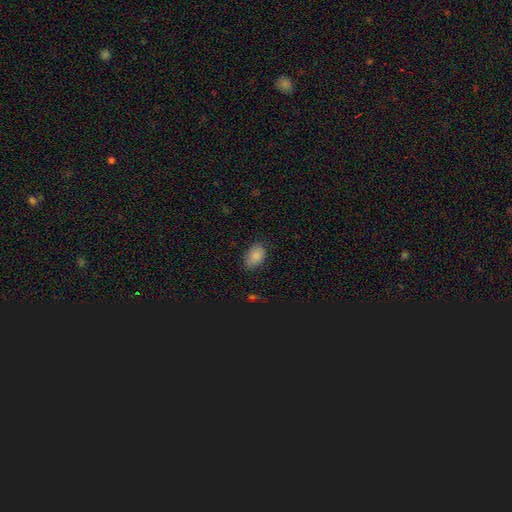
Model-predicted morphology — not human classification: A smooth galaxy with no disk features (85%) that is in between round and cigar-shaped (87%).

Vote fractions:
- Smooth or featured? smooth: 85% / star or artifact: 9% / featured or disk: 6%
- How rounded? in between: 87% / round: 11% / cigar-shaped: 1%
- Merging? none: 77% / minor disturbance: 18% / major disturbance: 4% / merger: 1%